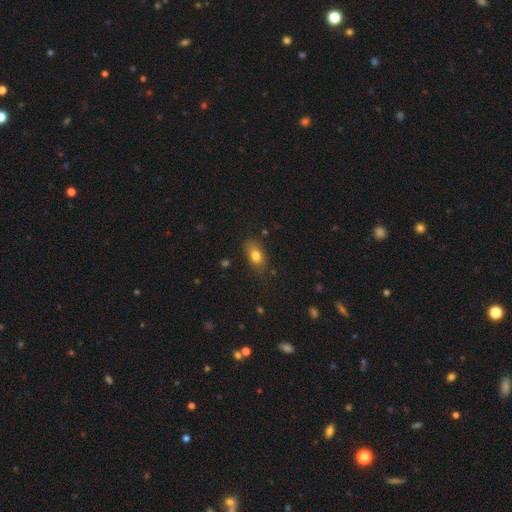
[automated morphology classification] A smooth galaxy with no disk features (79%) that is in between round and cigar-shaped (82%). Merging: none (74%).